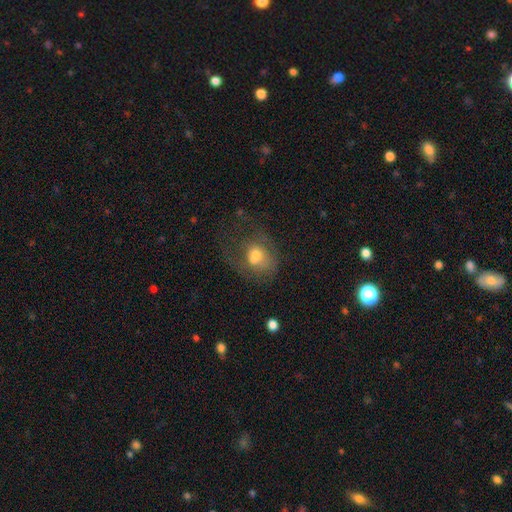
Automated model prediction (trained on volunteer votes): smooth_or_featured: smooth (p=0.57) [alt: featured or disk p=0.32]
how_rounded: in between (p=0.54) [alt: round p=0.45]
merging: major disturbance (p=0.36) [alt: none p=0.32]